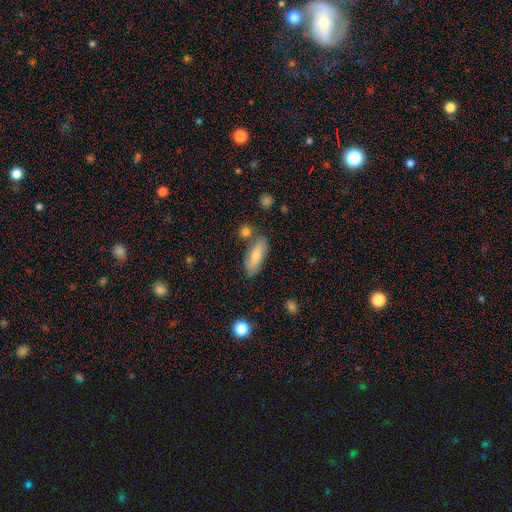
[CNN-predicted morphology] Overall: smooth (71%). How rounded: in between (63%; cigar-shaped 34%). Merging: none (73%).